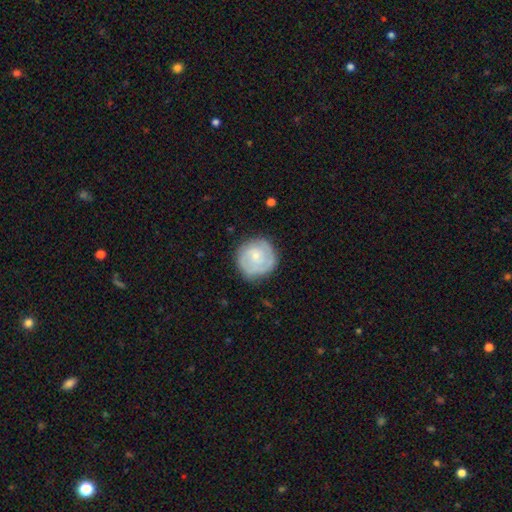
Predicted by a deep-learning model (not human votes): The model was most divided on "smooth or featured": featured or disk: 56%, smooth: 39%, star or artifact: 6%. More confident: edge-on disk — no (98%); spiral arms — yes (80%); merging — none (75%); bar — no (73%); bulge size — small (64%).